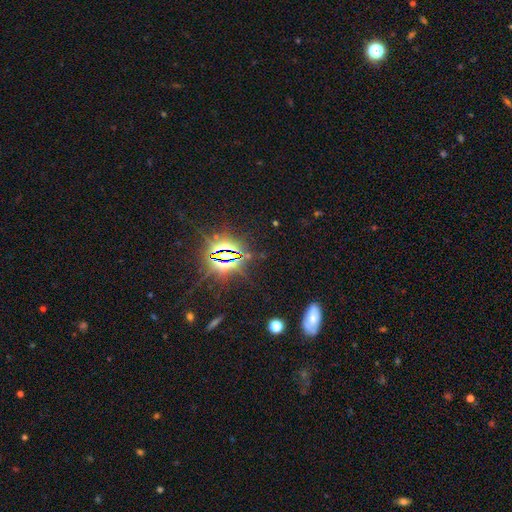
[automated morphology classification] type=star or artifact (82%).